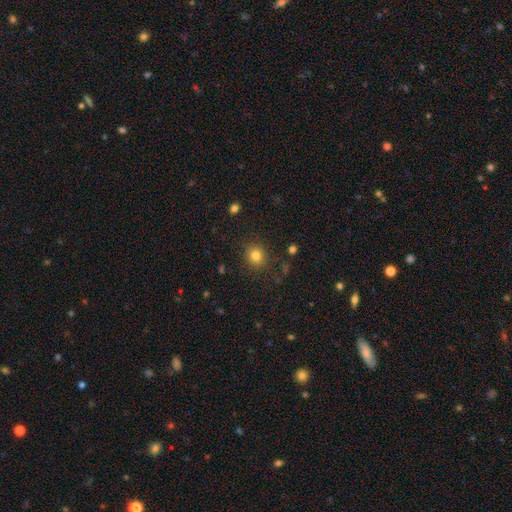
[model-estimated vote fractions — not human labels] This appears to be a smooth galaxy with no disk features (81%) that is round (81%). Merging: none (86%).